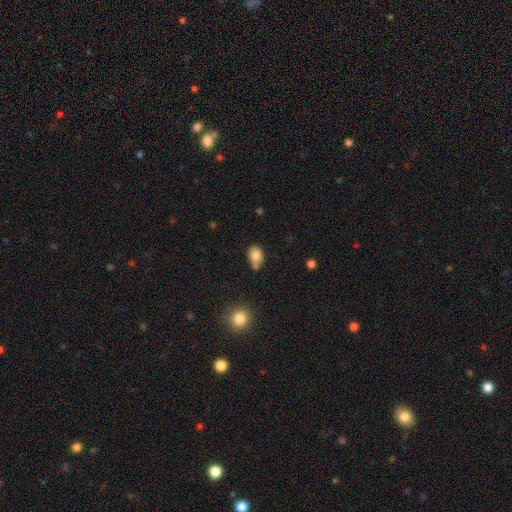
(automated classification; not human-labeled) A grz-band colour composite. It shows a smooth galaxy with no disk features (81%) that is in between round and cigar-shaped (73%). Merging: none (50%).